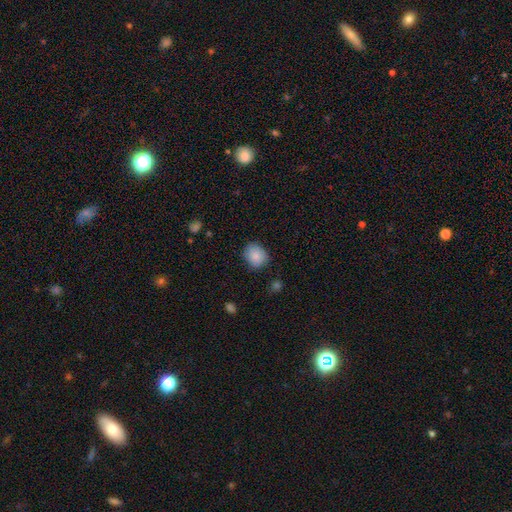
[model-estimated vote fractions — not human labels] This appears to be a smooth galaxy with no disk features (85%) that is round (67%). Merging: none (77%).